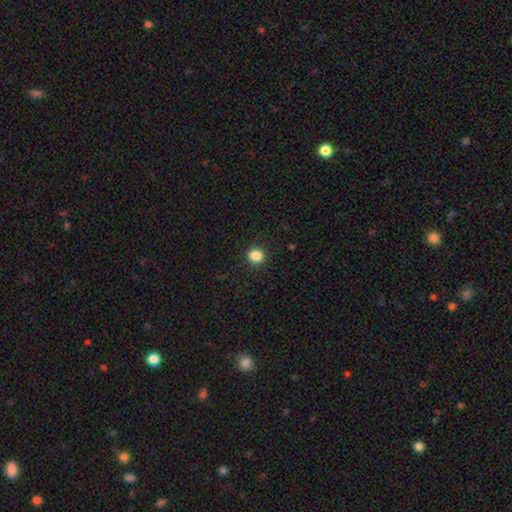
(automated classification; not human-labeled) This appears to be a smooth galaxy with no disk features (85%) that is round (85%). Merging: none (92%).